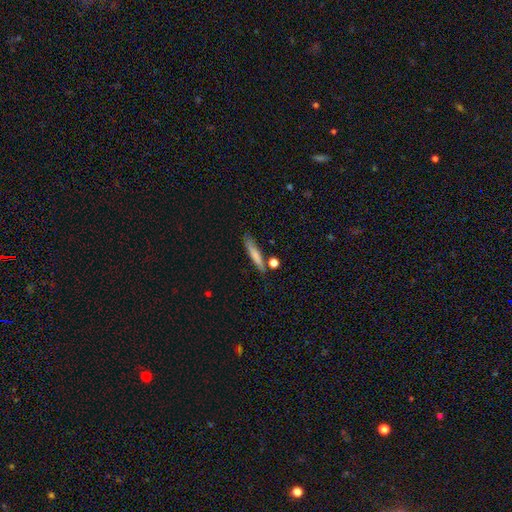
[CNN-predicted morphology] Smooth or featured?
  - smooth: 73% *
  - featured or disk: 21%
  - star or artifact: 7%
How rounded?
  - cigar-shaped: 89% *
  - in between: 8%
  - round: 3%
Merging?
  - none: 72% *
  - minor disturbance: 16%
  - merger: 8%
  - major disturbance: 4%